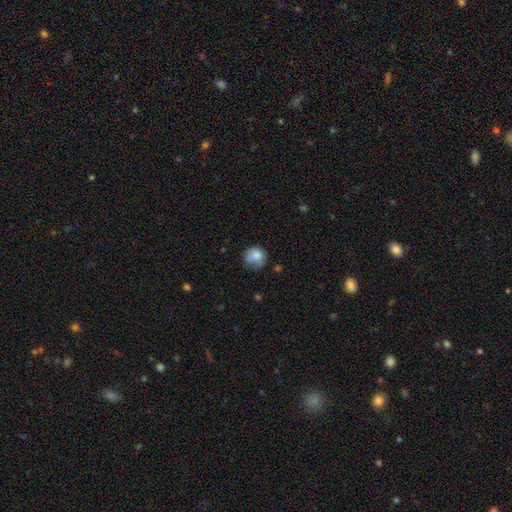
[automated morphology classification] Smooth or featured?
  - smooth: 77% *
  - featured or disk: 14%
  - star or artifact: 9%
How rounded?
  - round: 83% *
  - in between: 17%
  - cigar-shaped: 1%
Merging?
  - none: 53% *
  - minor disturbance: 30%
  - major disturbance: 13%
  - merger: 4%